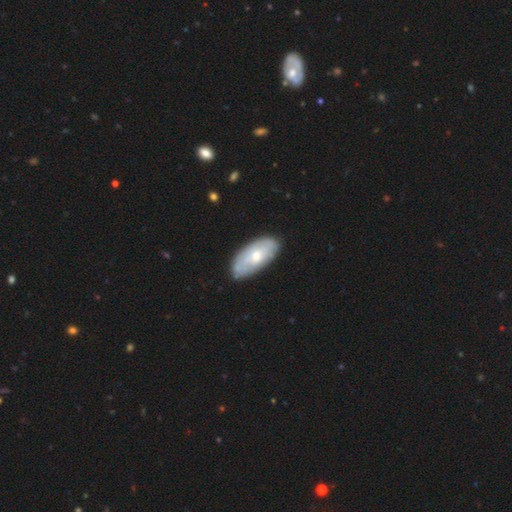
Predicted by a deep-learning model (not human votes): smooth_or_featured: smooth (p=0.51) [alt: featured or disk p=0.43]
how_rounded: in between (p=0.90) [alt: cigar-shaped p=0.07]
merging: none (p=0.78) [alt: minor disturbance p=0.17]